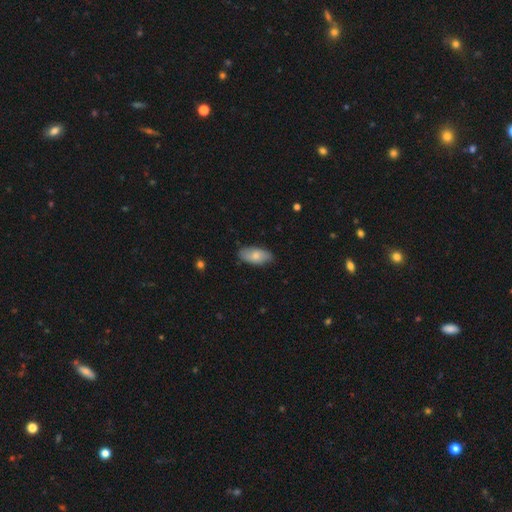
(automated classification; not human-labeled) This appears to be a smooth galaxy with no disk features (73%) that is in between round and cigar-shaped (92%). Merging: none (79%).